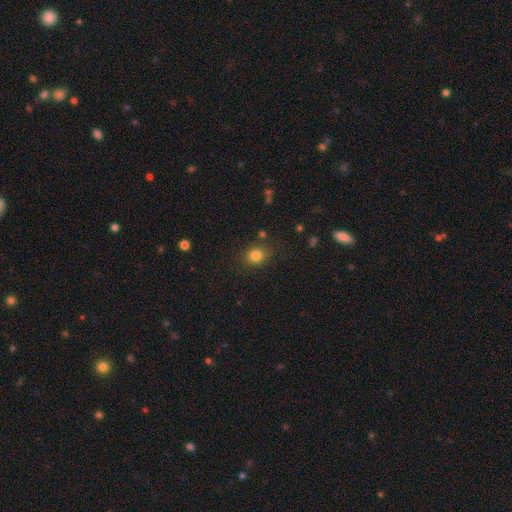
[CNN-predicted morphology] Smooth or featured? smooth (80%)
How rounded? round (61%)
Merging? none (83%)